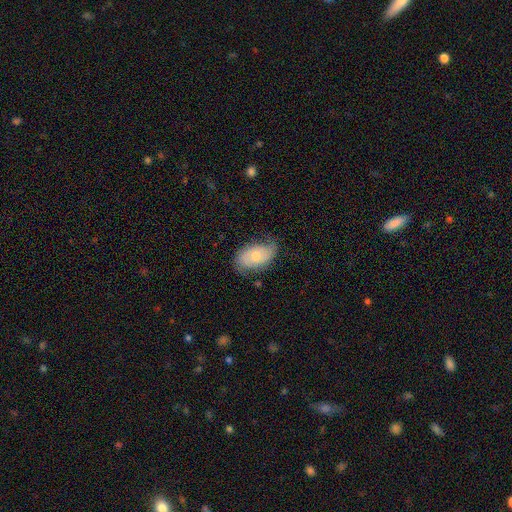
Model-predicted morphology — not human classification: This is possibly a smooth galaxy (51%). How rounded: clearly in between (91%). Merging: possibly none (59%).